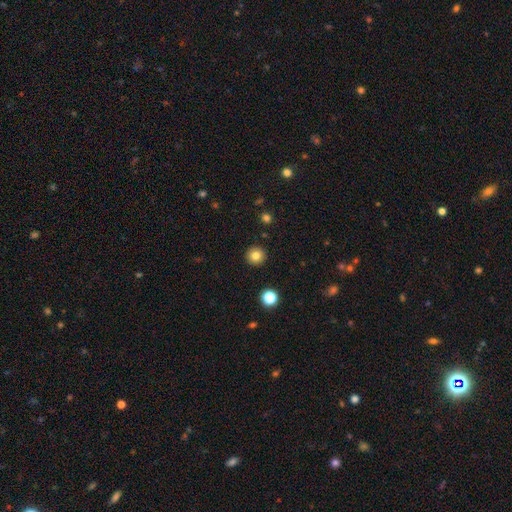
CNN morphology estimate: Smooth or featured? Predicted: smooth (p=0.82). How rounded? Predicted: round (p=0.96). Merging? Predicted: none (p=0.93).